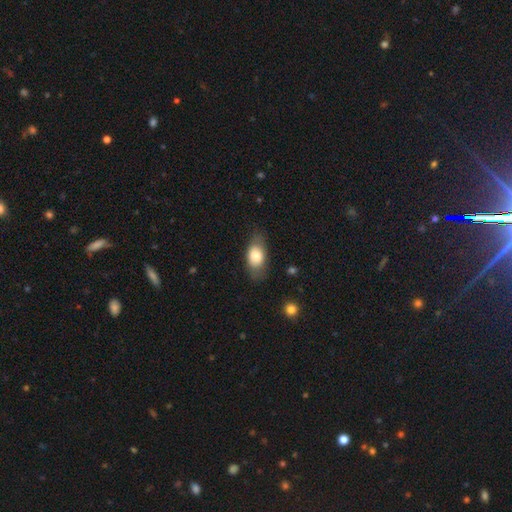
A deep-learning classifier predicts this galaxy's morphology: The model was most divided on "merging": none: 73%, minor disturbance: 19%, major disturbance: 7%, merger: 1%. More confident: how rounded — in between (85%); smooth or featured — smooth (74%).